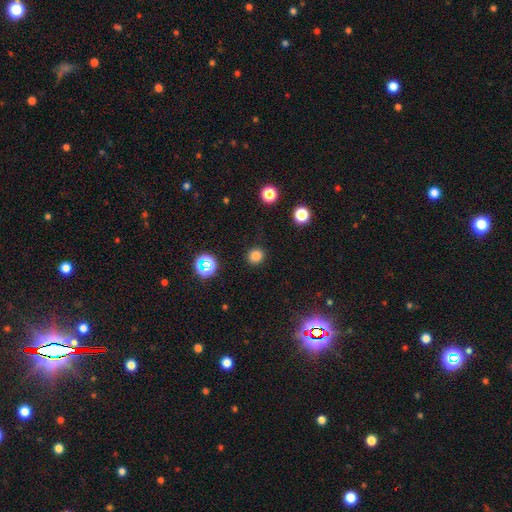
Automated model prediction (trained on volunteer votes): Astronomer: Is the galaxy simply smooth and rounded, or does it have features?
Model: smooth — 79%.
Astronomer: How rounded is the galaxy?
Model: round — 88%.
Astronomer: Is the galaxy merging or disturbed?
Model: none — 90%.